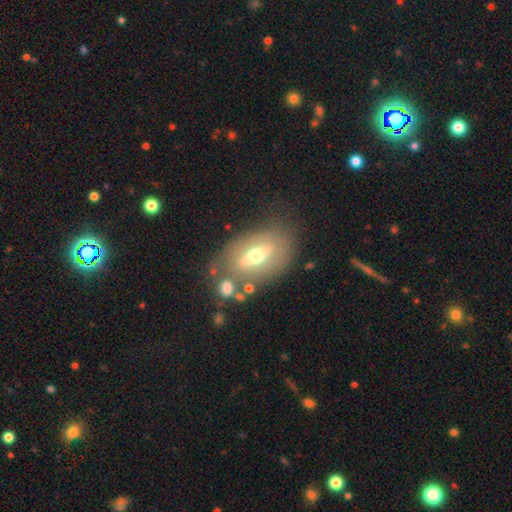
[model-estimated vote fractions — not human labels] Q: Smooth or featured?
A: featured or disk (60%); runner-up: smooth (33%)
Q: Edge-on disk?
A: no (80%); runner-up: yes (20%)
Q: Merging?
A: none (67%); runner-up: minor disturbance (17%)